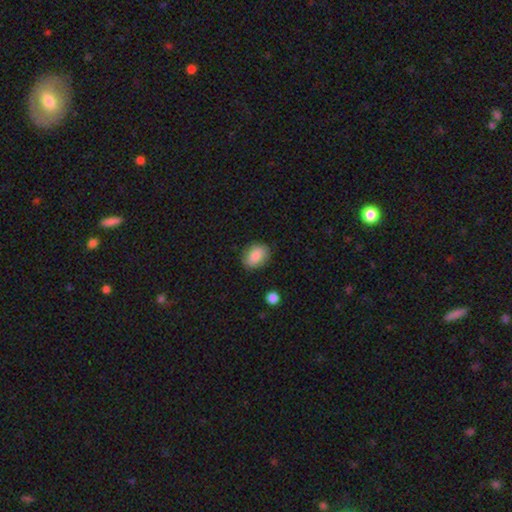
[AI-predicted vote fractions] Overall: smooth (83%). How rounded: in between (72%). Merging: none (83%).